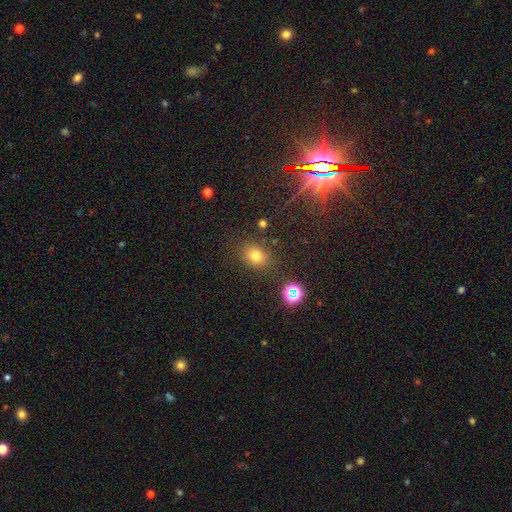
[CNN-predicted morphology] Overall: smooth (71%). How rounded: round (59%; in between 40%). Merging: none (82%).